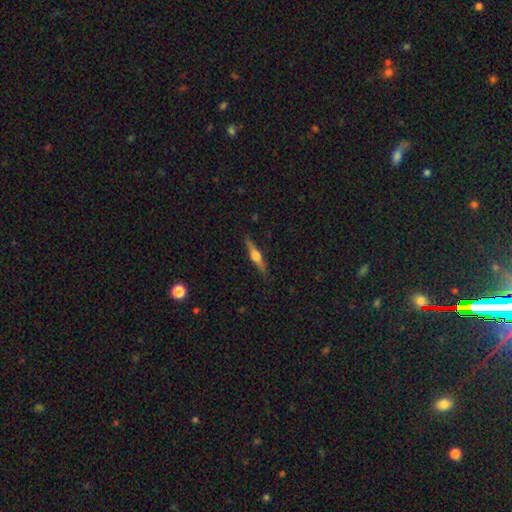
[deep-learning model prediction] A featured or disk galaxy (69%) viewed edge-on (98%) with a rounded central bulge (91%). Merging: none (89%).